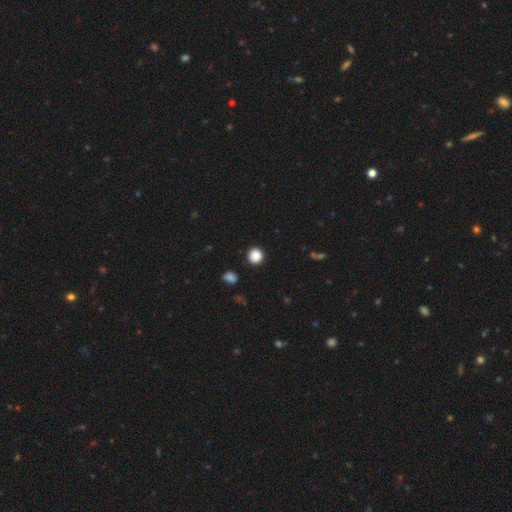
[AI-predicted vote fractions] Smooth or featured? smooth (87%)
How rounded? round (93%)
Merging? none (91%)